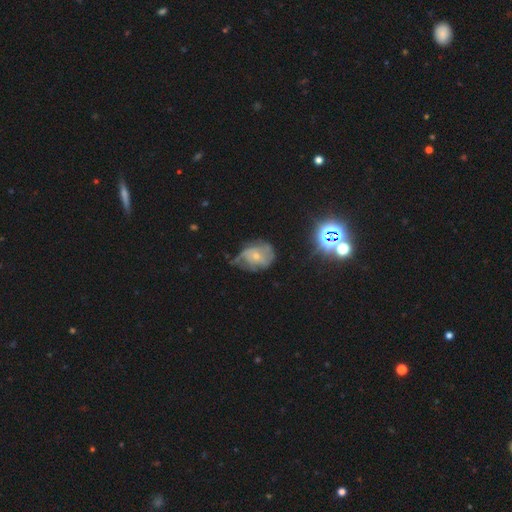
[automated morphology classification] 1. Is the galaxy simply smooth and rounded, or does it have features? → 62% featured or disk, 27% smooth, 11% star or artifact.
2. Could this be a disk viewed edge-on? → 97% no, 3% yes.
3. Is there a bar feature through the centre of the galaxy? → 71% no, 24% weak, 5% strong.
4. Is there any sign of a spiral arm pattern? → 74% yes, 26% no.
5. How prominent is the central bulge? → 62% small, 32% moderate, 3% none, 2% large, 1% dominant.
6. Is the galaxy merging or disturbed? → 36% none, 33% minor disturbance, 28% major disturbance, 3% merger.